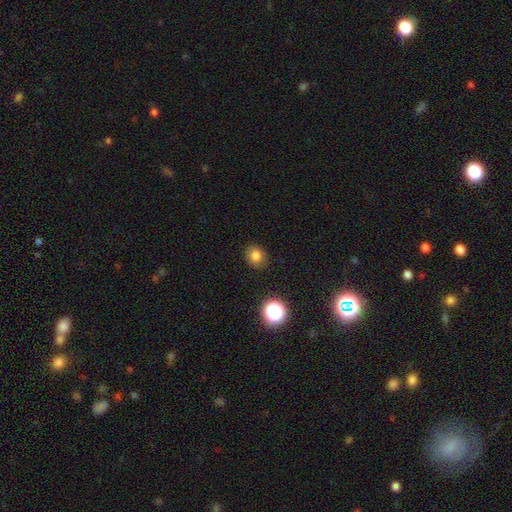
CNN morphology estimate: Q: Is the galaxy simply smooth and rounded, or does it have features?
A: smooth — 80%.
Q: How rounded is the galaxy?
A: round — 67%.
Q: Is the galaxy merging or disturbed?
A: none — 86%.